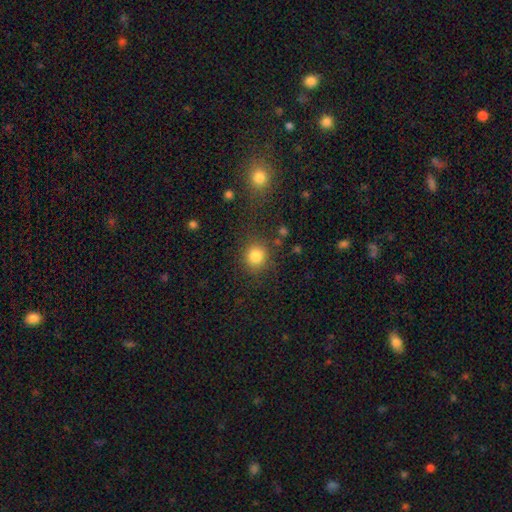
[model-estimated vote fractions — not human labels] This appears to be a smooth galaxy with no disk features (83%) that is round (85%). Merging: none (81%).